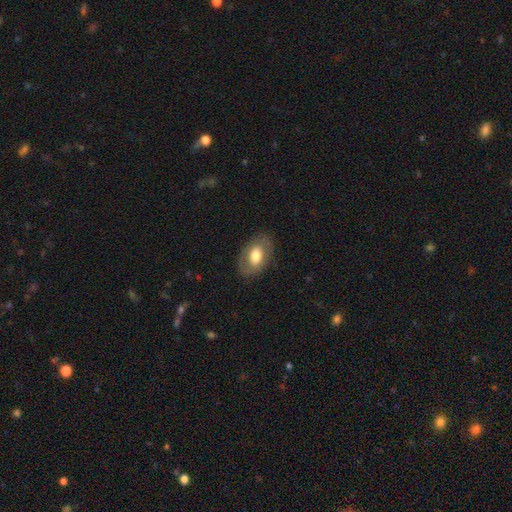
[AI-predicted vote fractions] smooth 61%, featured or disk 32%, star or artifact 6%. Down the decision tree: how rounded — in between (88%); merging — none (82%).